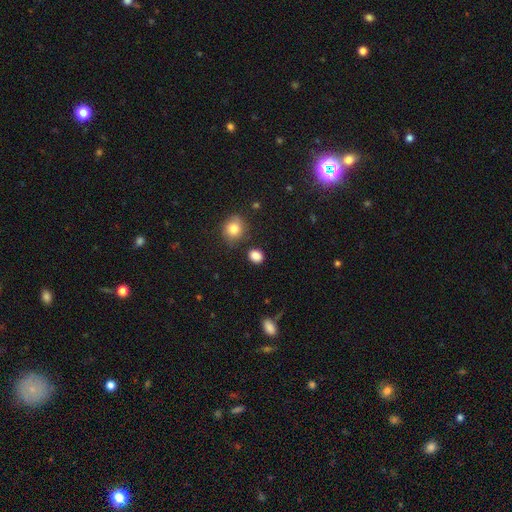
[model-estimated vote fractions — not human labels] Morphology: type=smooth (86%); roundness=round (60%); merging=none (82%).